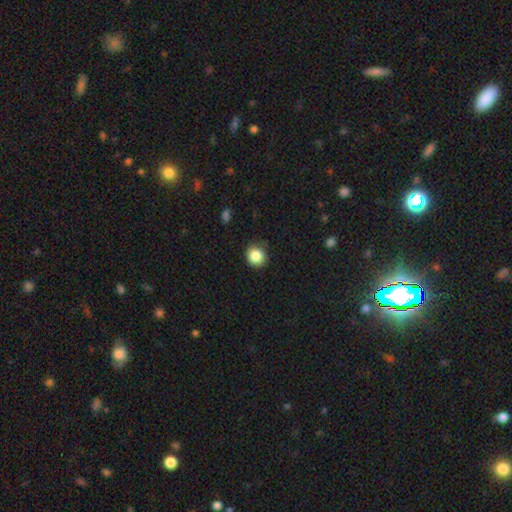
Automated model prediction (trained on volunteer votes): Smooth or featured? smooth (86%)
How rounded? round (86%)
Merging? none (85%)